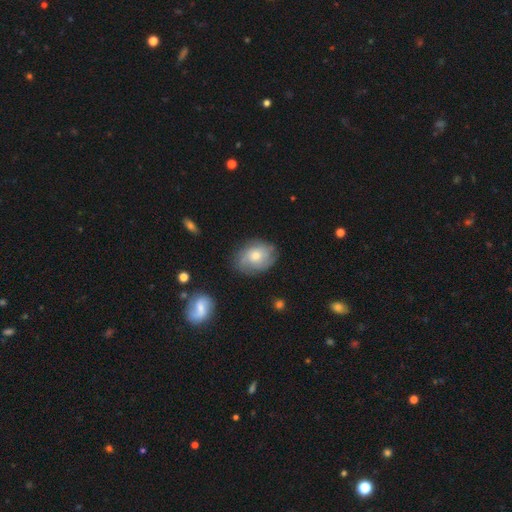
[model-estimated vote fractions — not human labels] This appears to be a featured or disk galaxy (53%) with no bar (80%), spiral arms (81%) and a moderate central bulge (55%). Merging: none (74%).